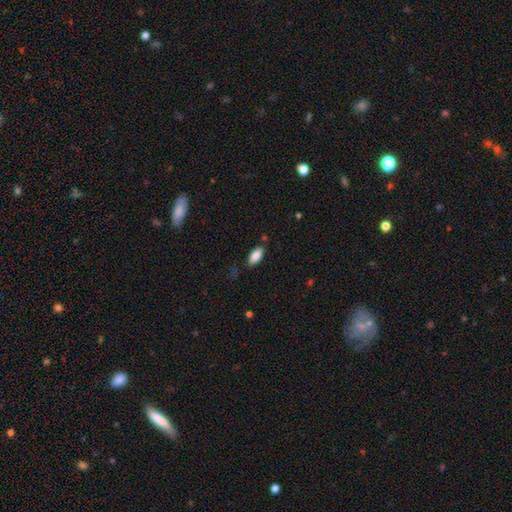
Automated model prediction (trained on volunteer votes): Q: Smooth or featured?
A: smooth (84%); runner-up: featured or disk (9%)
Q: How rounded?
A: in between (88%); runner-up: cigar-shaped (10%)
Q: Merging?
A: none (79%); runner-up: minor disturbance (15%)